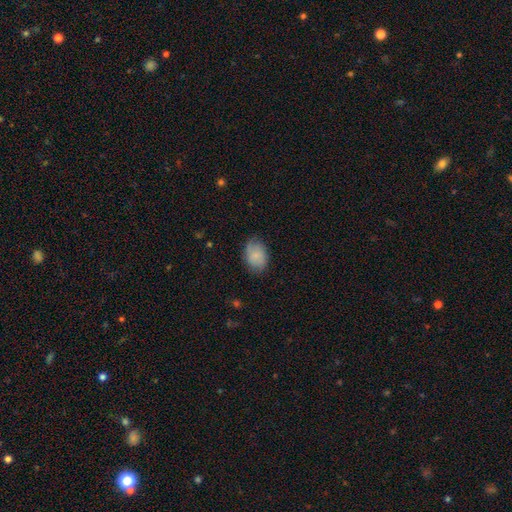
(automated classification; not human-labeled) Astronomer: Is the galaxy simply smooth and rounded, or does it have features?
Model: smooth — 77%.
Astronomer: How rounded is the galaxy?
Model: in between — 76%.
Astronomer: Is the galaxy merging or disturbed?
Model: none — 72%.